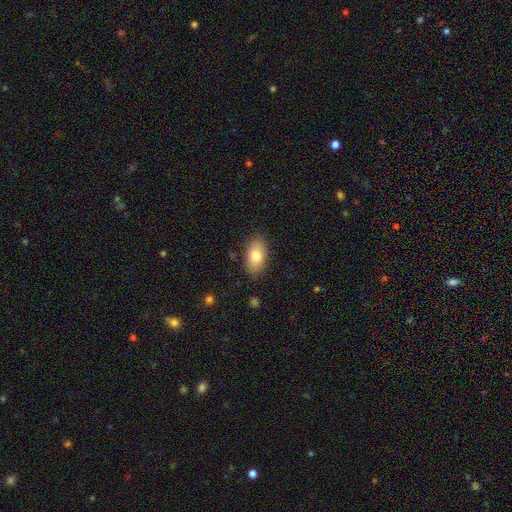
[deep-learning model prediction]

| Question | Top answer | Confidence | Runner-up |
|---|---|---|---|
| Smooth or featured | smooth | 78% | featured or disk (15%) |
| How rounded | in between | 92% | round (5%) |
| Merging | none | 85% | minor disturbance (12%) |